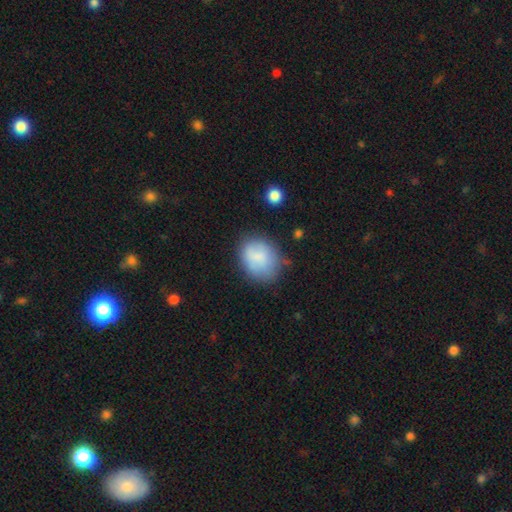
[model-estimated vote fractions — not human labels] A smooth galaxy with no disk features (76%) that is in between round and cigar-shaped (52%).

Vote fractions:
- Smooth or featured? smooth: 76% / featured or disk: 16% / star or artifact: 9%
- How rounded? in between: 52% / round: 47% / cigar-shaped: 1%
- Merging? none: 66% / minor disturbance: 24% / major disturbance: 7% / merger: 3%